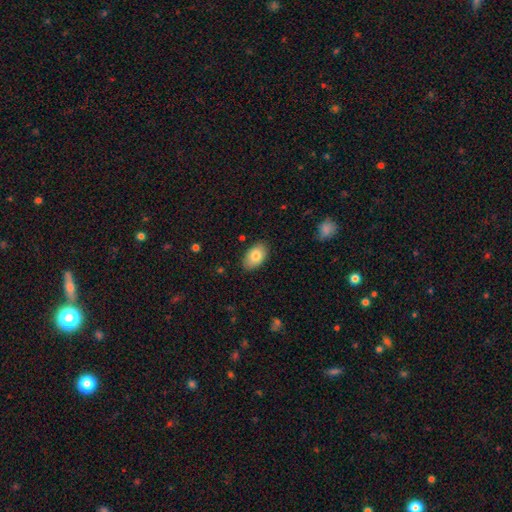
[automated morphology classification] Q: Smooth or featured?
A: smooth (82%); runner-up: featured or disk (11%)
Q: How rounded?
A: in between (92%); runner-up: round (6%)
Q: Merging?
A: none (85%); runner-up: minor disturbance (11%)